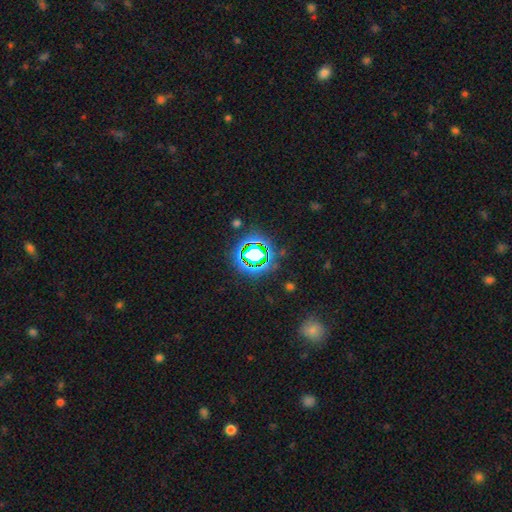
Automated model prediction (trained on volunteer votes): This appears to be a star or artifact, not a galaxy (69%).